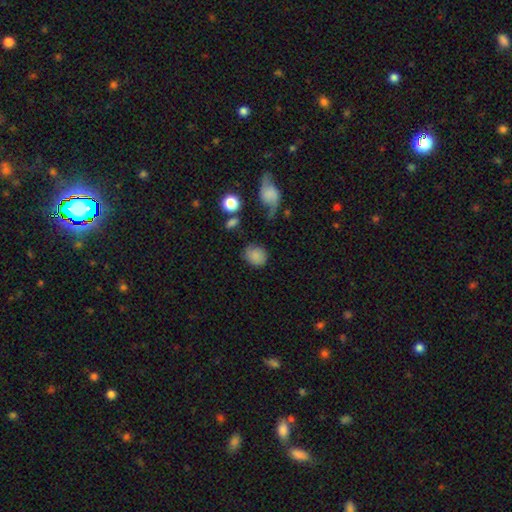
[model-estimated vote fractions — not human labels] Q: Smooth or featured?
A: smooth (78%); runner-up: featured or disk (13%)
Q: How rounded?
A: round (57%); runner-up: in between (41%)
Q: Merging?
A: none (62%); runner-up: minor disturbance (23%)